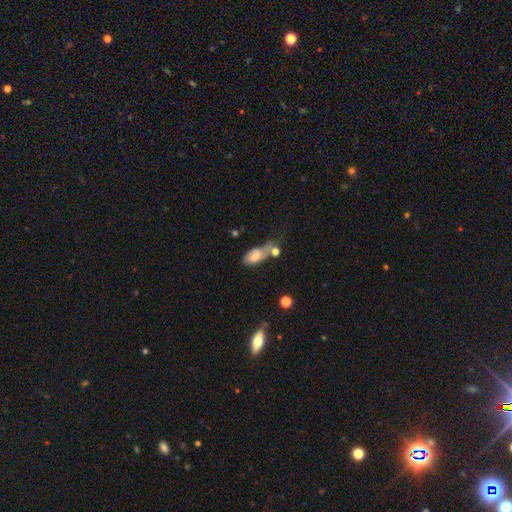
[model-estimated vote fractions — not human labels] Morphology: type=smooth (69%); roundness=in between (84%); merging=merger (31%).